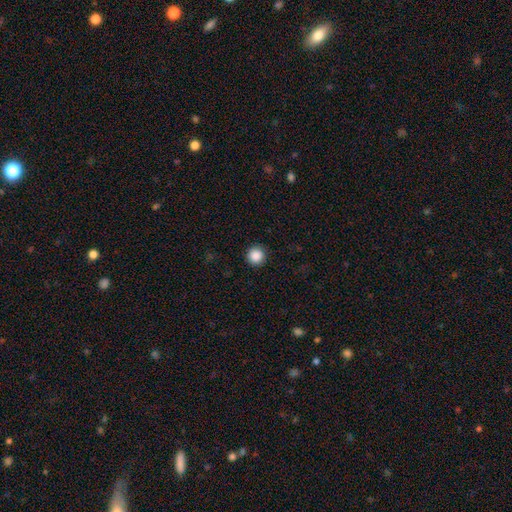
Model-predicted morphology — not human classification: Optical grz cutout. It shows a smooth galaxy with no disk features (87%) that is round (96%). Merging: none (92%).